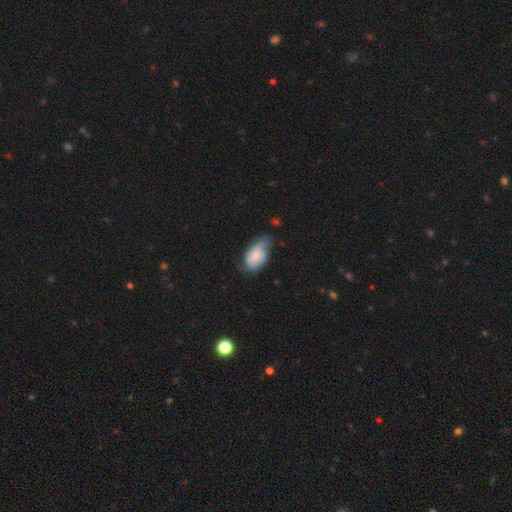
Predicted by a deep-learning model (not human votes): Smooth or featured? smooth (52%)
How rounded? in between (89%)
Merging? minor disturbance (41%)